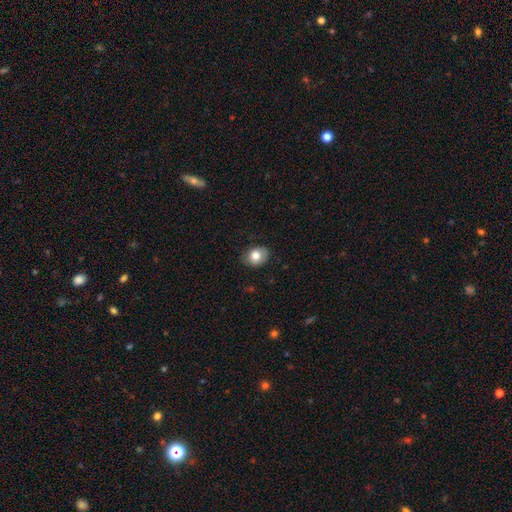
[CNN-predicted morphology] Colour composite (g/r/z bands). It shows a smooth galaxy with no disk features (78%) that is in between round and cigar-shaped (50%). Merging: none (78%).